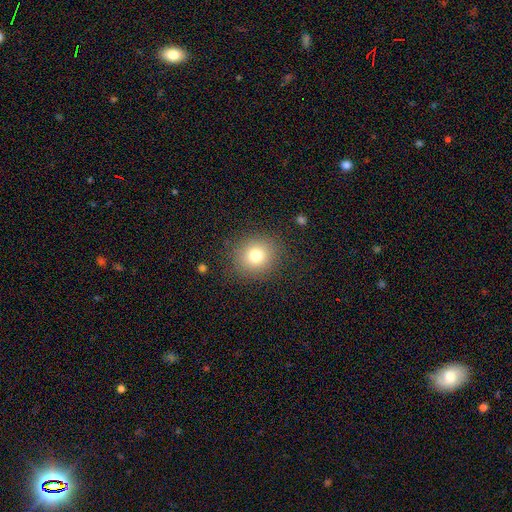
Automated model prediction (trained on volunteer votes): This is likely a smooth galaxy (78%). How rounded: clearly round (88%). Merging: clearly none (87%).